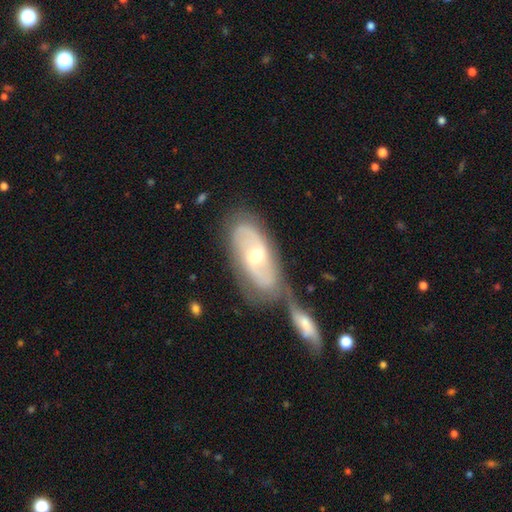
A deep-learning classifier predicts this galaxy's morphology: Overall: featured or disk (70%). Edge-on disk: no (91%). Bar: no (53%; weak 36%). Spiral arms: yes (82%). Spiral arm count: 2 (74%). Spiral winding: medium (41%; tight 34%). Bulge size: moderate (72%). Merging: none (42%; merger 38%).